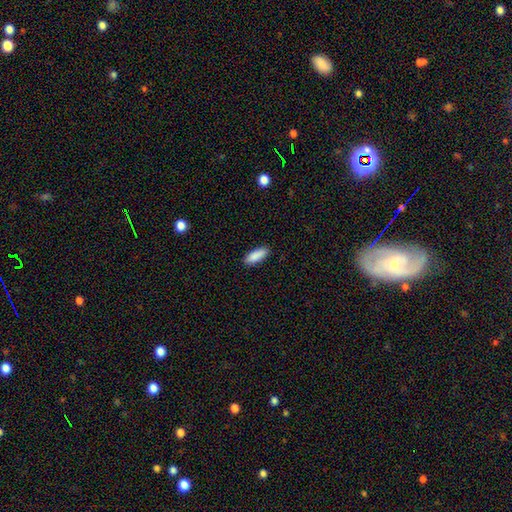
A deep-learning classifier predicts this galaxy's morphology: Smooth or featured? Predicted: smooth (p=0.89). How rounded? Predicted: in between (p=0.69). Merging? Predicted: none (p=0.88).